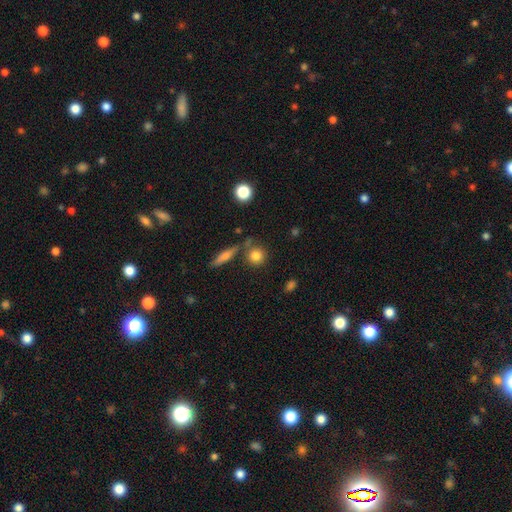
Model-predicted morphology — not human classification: smooth_or_featured: smooth (p=0.81) [alt: star or artifact p=0.10]
how_rounded: round (p=0.86) [alt: in between p=0.11]
merging: none (p=0.71) [alt: merger p=0.15]